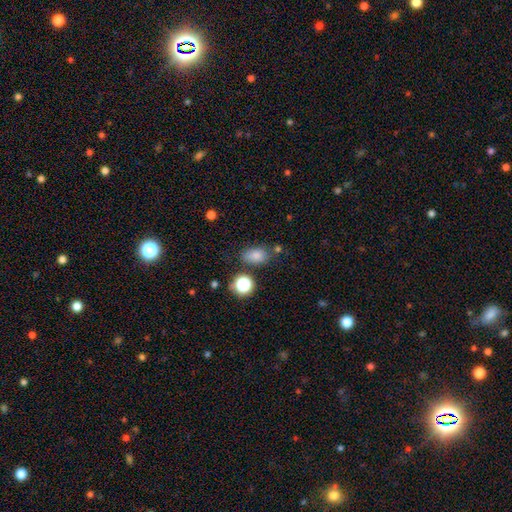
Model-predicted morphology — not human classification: Overall: smooth (79%). How rounded: in between (81%). Merging: none (69%).